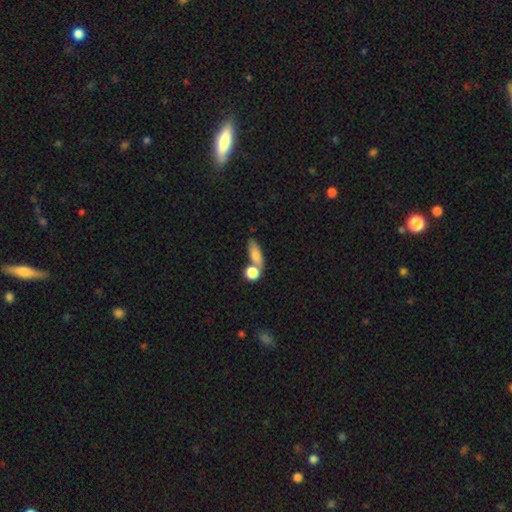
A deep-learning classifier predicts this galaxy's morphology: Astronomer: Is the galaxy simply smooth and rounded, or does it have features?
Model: smooth — 77%.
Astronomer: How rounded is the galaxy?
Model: in between — 56%.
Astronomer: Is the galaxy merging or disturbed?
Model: none — 42% (runner-up: merger, 39%).